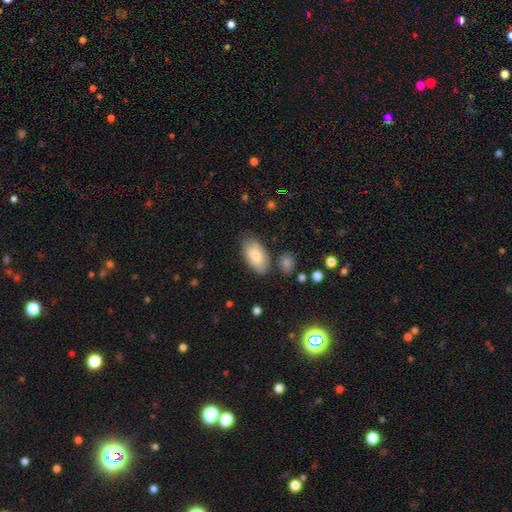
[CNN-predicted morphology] type=smooth (82%); roundness=in between (95%); merging=none (76%).